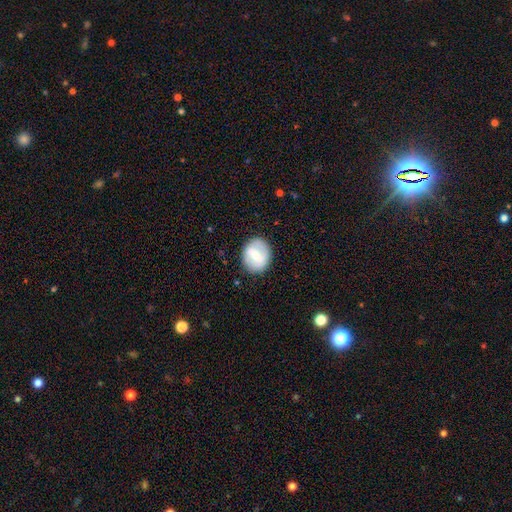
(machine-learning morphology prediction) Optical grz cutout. It shows a featured or disk galaxy (50%). Merging: none (85%).